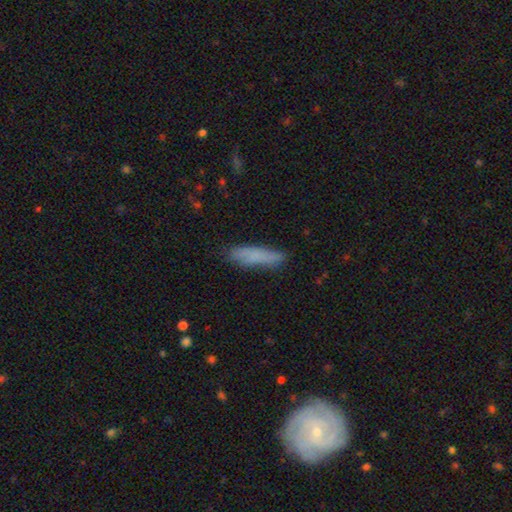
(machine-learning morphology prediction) smooth-or-featured: smooth: 79% | featured or disk: 14% | star or artifact: 7%
  how-rounded: cigar-shaped: 80% | in between: 19% | round: 2%
  merging: none: 82% | minor disturbance: 14% | major disturbance: 3% | merger: 1%